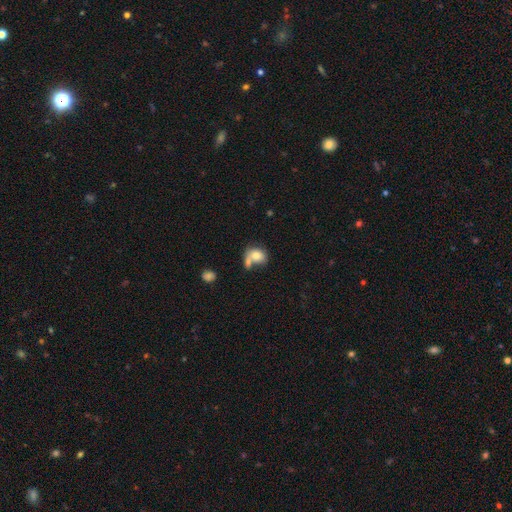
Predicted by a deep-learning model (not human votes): Morphology: type=smooth (76%); roundness=in between (58%); merging=merger (46%).